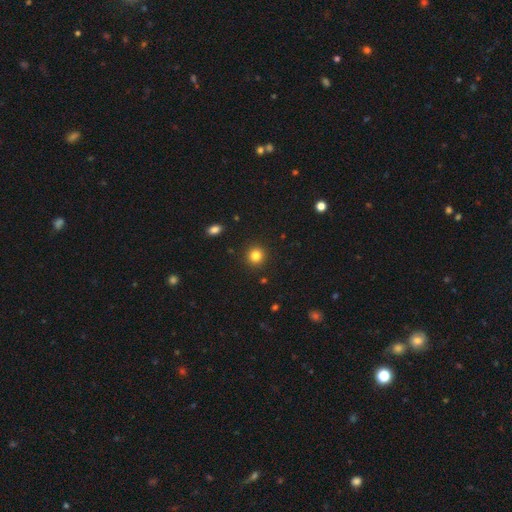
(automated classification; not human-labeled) Smooth or featured: smooth — 83% (star or artifact — 12%)
How rounded: round — 91% (in between — 8%)
Merging: none — 92% (minor disturbance — 5%)